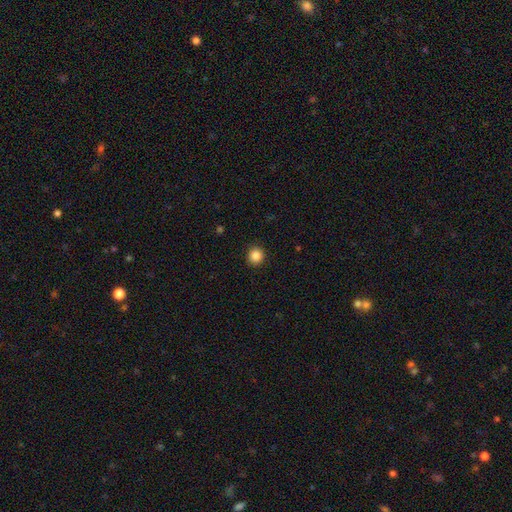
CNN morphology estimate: smooth 86%, star or artifact 10%, featured or disk 4%. Down the decision tree: how rounded — round (91%); merging — none (92%).